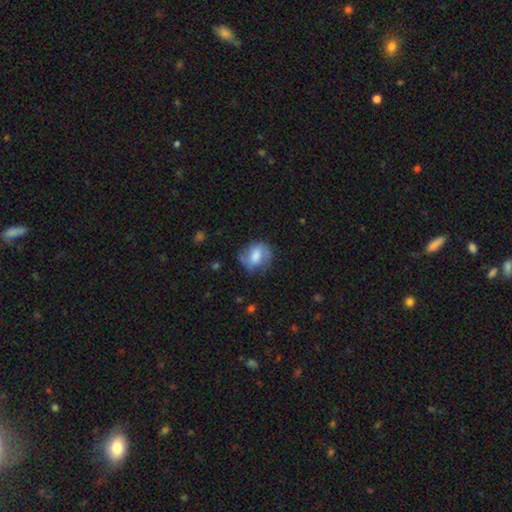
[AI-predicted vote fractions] smooth 55%, featured or disk 38%, star or artifact 8%. Down the decision tree: how rounded — round (52%); merging — none (60%).